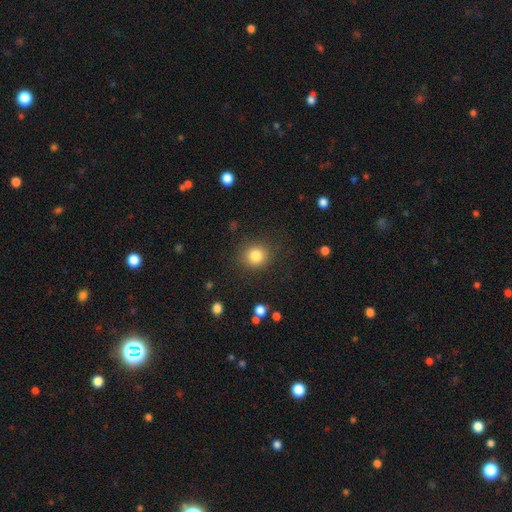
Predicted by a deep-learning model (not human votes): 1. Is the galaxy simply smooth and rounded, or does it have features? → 83% smooth, 11% star or artifact, 6% featured or disk.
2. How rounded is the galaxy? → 85% round, 14% in between, 1% cigar-shaped.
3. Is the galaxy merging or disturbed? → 87% none, 8% minor disturbance, 4% major disturbance, 1% merger.